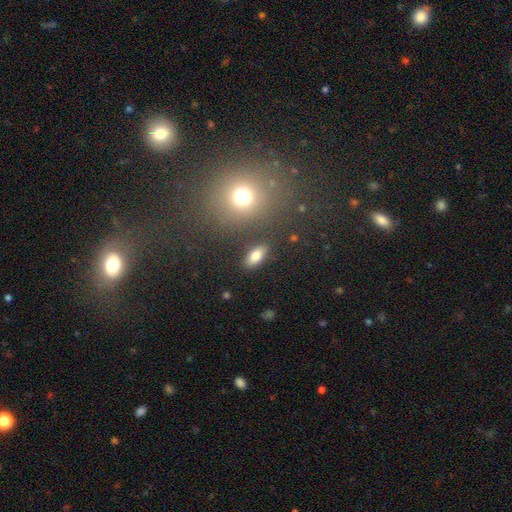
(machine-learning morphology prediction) Smooth or featured? smooth (78%)
How rounded? in between (84%)
Merging? none (85%)